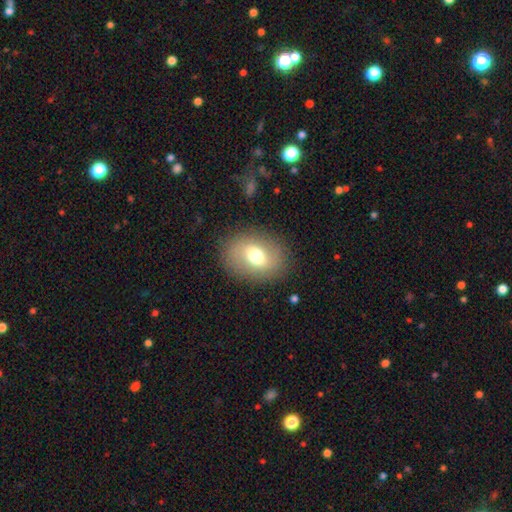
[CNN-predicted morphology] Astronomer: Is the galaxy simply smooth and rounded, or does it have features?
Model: smooth — 63%.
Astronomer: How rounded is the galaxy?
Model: in between — 62% (runner-up: round, 37%).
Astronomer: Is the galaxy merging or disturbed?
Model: none — 85%.